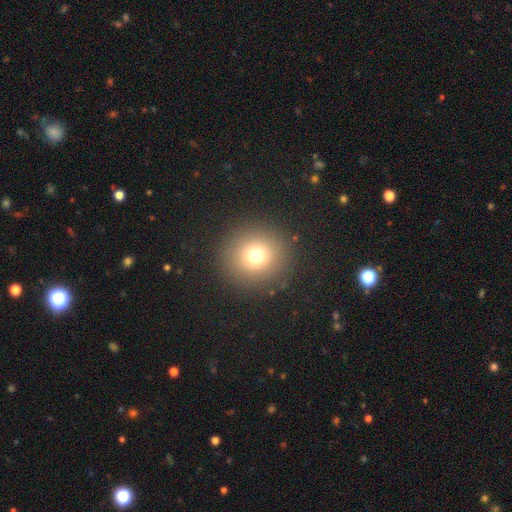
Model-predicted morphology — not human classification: A smooth galaxy with no disk features (73%) that is round (92%). Merging: none (89%).